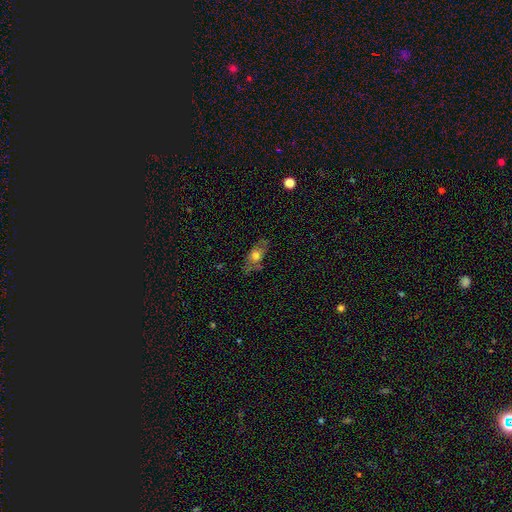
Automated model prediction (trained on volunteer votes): Smooth or featured? Predicted: smooth (p=0.57). How rounded? Predicted: in between (p=0.74). Merging? Predicted: none (p=0.68).